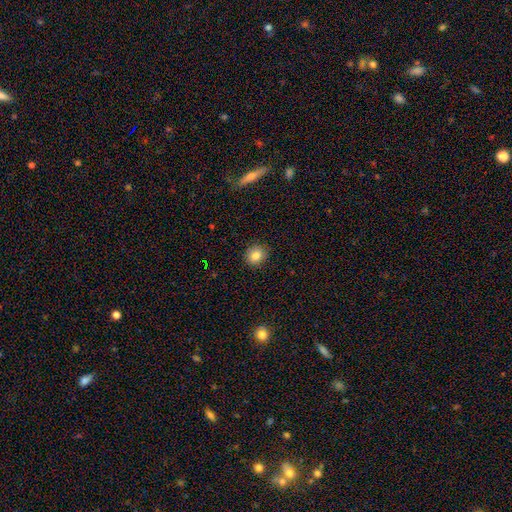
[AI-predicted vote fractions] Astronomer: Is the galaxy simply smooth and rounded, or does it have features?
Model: smooth — 83%.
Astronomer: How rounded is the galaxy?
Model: round — 82%.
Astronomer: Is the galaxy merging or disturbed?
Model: none — 90%.